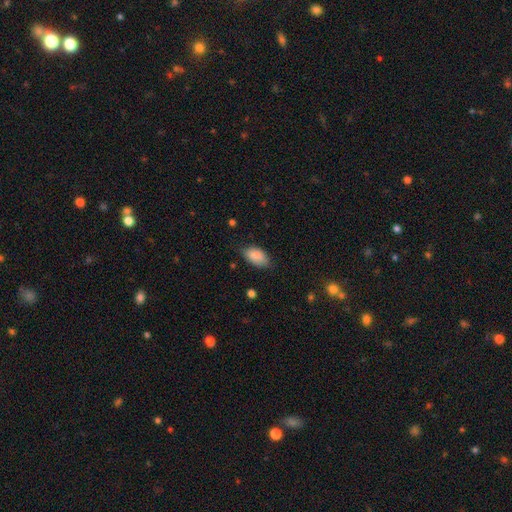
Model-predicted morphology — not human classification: This is clearly a smooth galaxy (88%). How rounded: clearly in between (93%). Merging: likely none (72%).